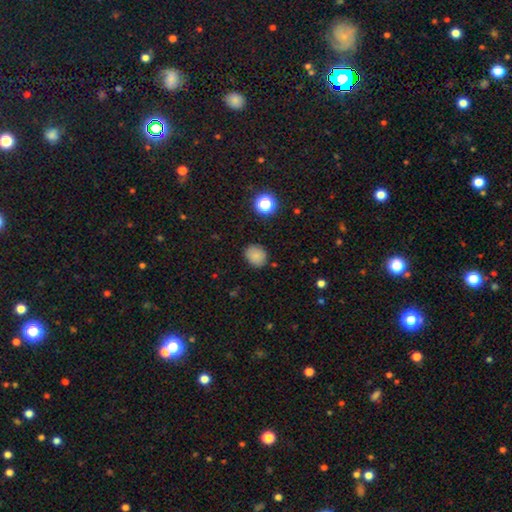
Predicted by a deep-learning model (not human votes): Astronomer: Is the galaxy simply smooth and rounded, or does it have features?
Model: smooth — 83%.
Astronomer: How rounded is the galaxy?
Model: round — 68%.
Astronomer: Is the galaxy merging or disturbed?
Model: none — 84%.